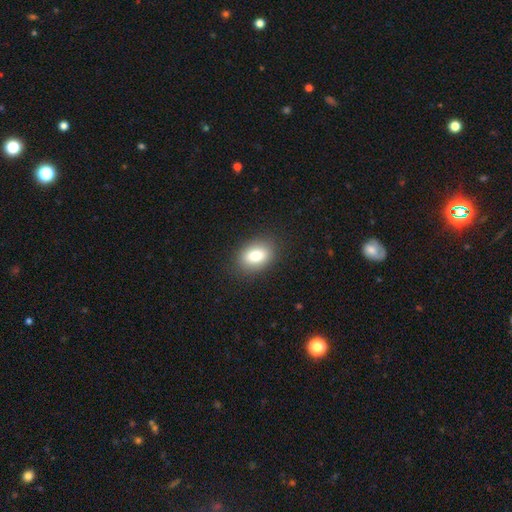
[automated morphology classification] Overall: smooth (81%). How rounded: in between (78%). Merging: none (88%).